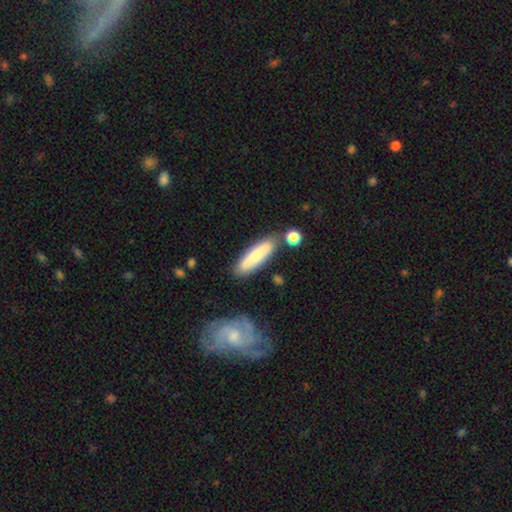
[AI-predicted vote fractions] This appears to be a smooth galaxy with no disk features (66%) that is cigar-shaped (66%). Merging: none (76%).